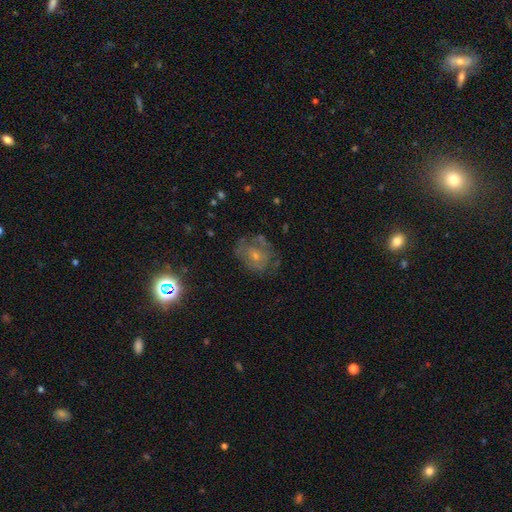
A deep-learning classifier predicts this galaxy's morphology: Q: Smooth or featured?
A: featured or disk (50%); runner-up: smooth (37%)
Q: Edge-on disk?
A: no (96%); runner-up: yes (4%)
Q: Merging?
A: none (57%); runner-up: minor disturbance (23%)